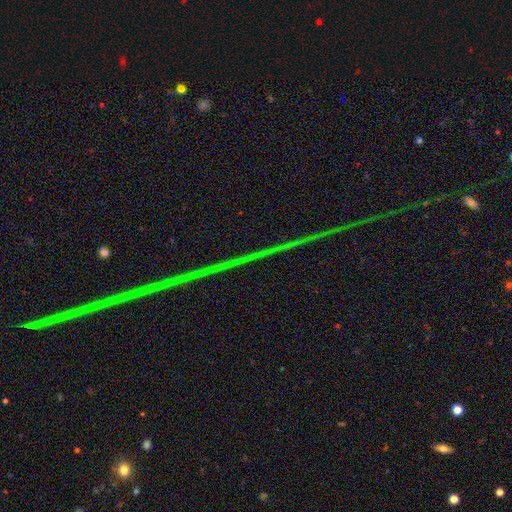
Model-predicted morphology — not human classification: A star or artifact, not a galaxy (88%).

Vote fractions:
- Smooth or featured? star or artifact: 88% / featured or disk: 7% / smooth: 5%